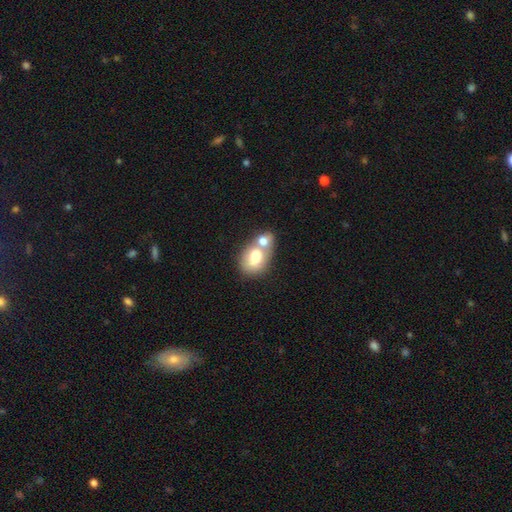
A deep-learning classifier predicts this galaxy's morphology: Overall: smooth (67%). How rounded: in between (69%; round 30%). Merging: merger (64%; none 24%).